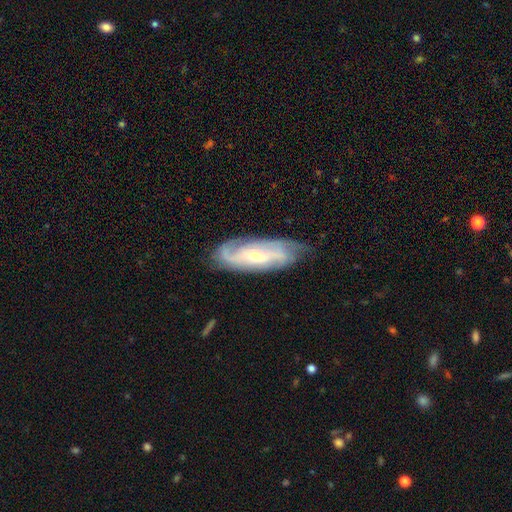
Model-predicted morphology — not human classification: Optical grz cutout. It shows a featured or disk galaxy (80%) with no bar (41%), 2 (45%) tight (42%) spiral arms (94%) and a small central bulge (53%). Merging: none (72%).